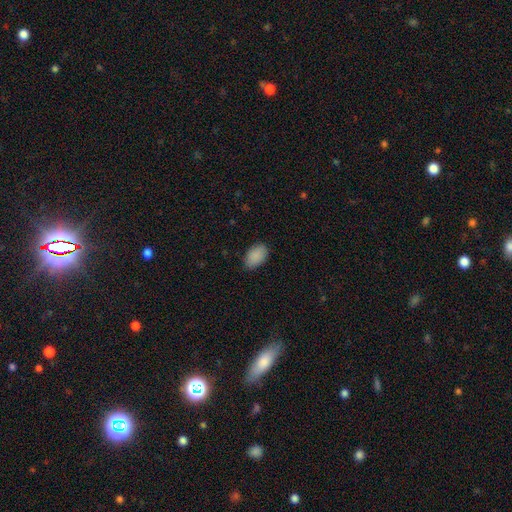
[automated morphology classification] smooth-or-featured: smooth: 90% | star or artifact: 7% | featured or disk: 3%
  how-rounded: in between: 91% | round: 7% | cigar-shaped: 1%
  merging: none: 79% | minor disturbance: 17% | major disturbance: 3% | merger: 1%